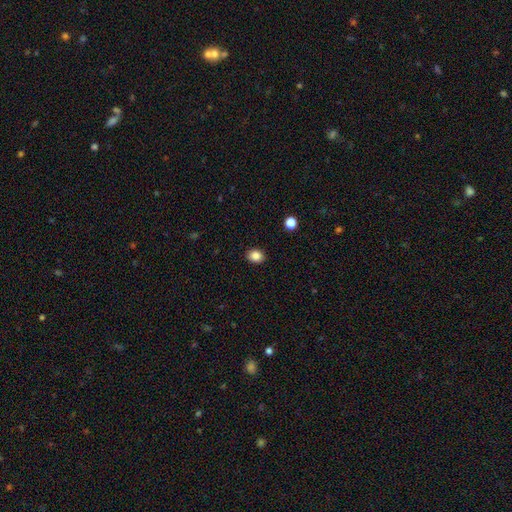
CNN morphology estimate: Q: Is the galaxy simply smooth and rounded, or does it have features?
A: smooth — 86%.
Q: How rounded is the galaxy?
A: in between — 51%.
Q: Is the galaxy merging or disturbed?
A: none — 90%.